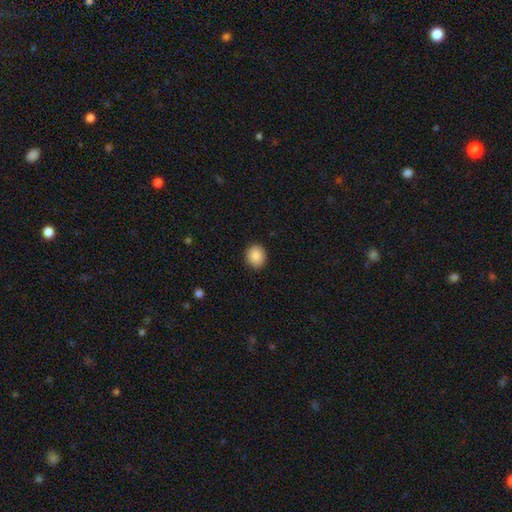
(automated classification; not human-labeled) Smooth or featured? Predicted: smooth (p=0.88). How rounded? Predicted: round (p=0.72). Merging? Predicted: none (p=0.90).